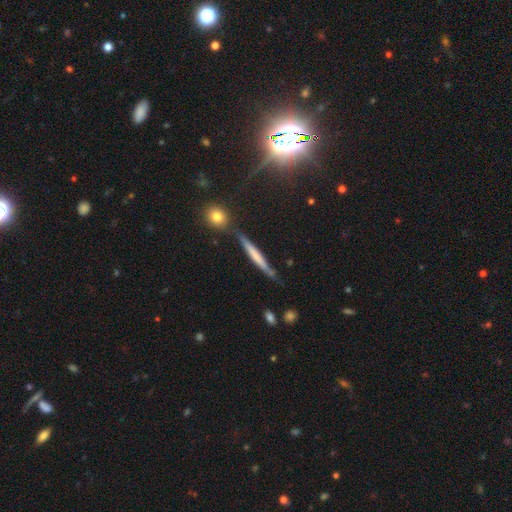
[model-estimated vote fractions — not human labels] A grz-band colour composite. It shows a smooth galaxy with no disk features (48%). Merging: none (76%).